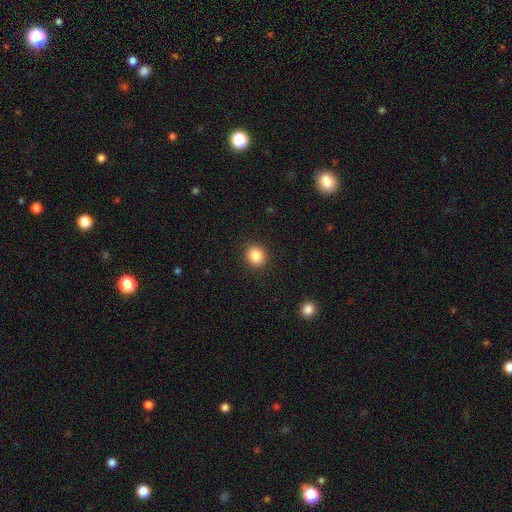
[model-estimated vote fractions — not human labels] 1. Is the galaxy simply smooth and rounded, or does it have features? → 85% smooth, 10% star or artifact, 5% featured or disk.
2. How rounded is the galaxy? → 80% round, 19% in between, 1% cigar-shaped.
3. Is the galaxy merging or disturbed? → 91% none, 6% minor disturbance, 2% major disturbance, 1% merger.